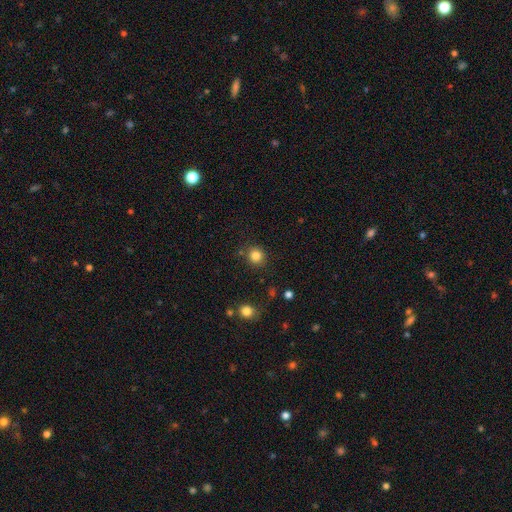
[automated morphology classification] A smooth galaxy with no disk features (83%) that is round (90%). Merging: none (86%).